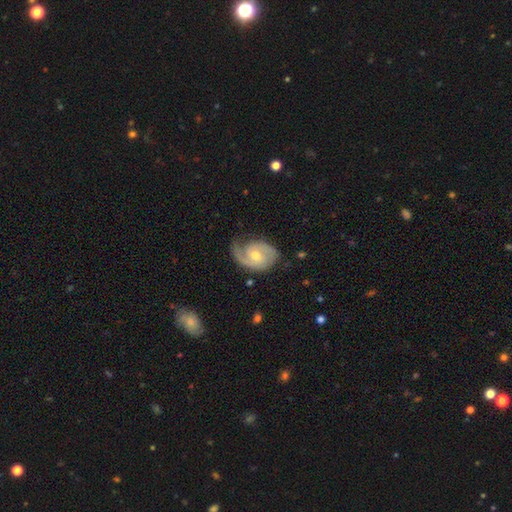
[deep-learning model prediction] A featured or disk galaxy (85%) with no bar (56%), 2 (60%) medium (43%) spiral arms (96%) and a moderate central bulge (59%). Merging: none (63%).